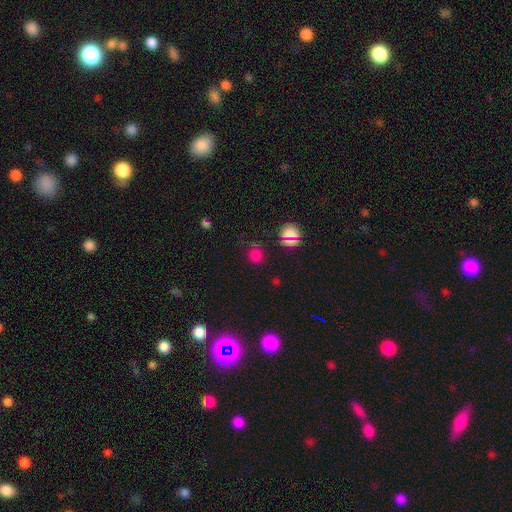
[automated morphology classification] Smooth or featured? smooth (66%)
How rounded? round (79%)
Merging? none (73%)